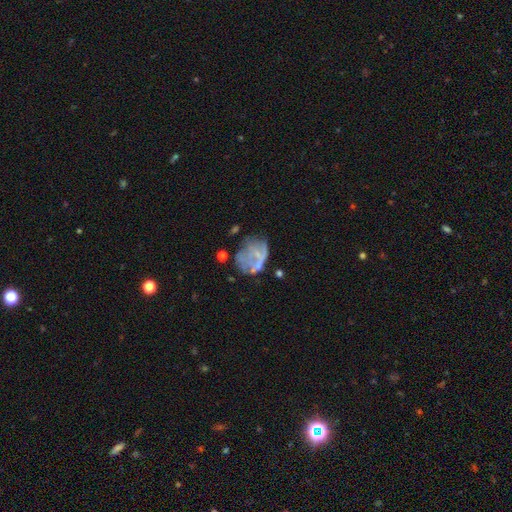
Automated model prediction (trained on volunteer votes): Smooth or featured: featured or disk — 52% (smooth — 33%)
Edge-on disk: no — 98% (yes — 2%)
Bar: no — 84% (weak — 12%)
Spiral arms: no — 81% (yes — 19%)
Bulge size: none — 62% (small — 28%)
Merging: none — 38% (major disturbance — 30%)